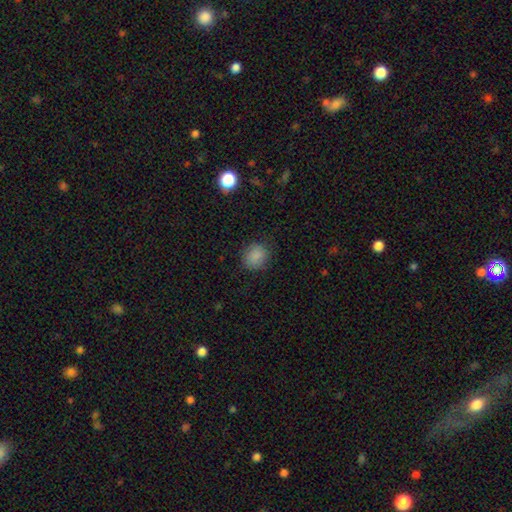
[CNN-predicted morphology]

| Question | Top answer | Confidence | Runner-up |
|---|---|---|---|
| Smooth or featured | smooth | 86% | star or artifact (10%) |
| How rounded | round | 78% | in between (21%) |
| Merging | none | 84% | minor disturbance (11%) |